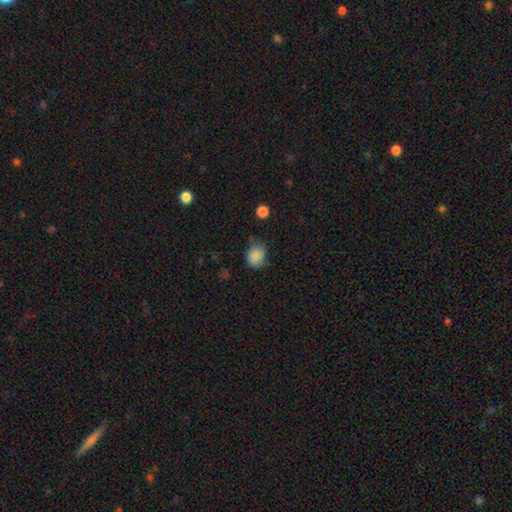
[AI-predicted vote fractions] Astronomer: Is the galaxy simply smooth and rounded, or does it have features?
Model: smooth — 85%.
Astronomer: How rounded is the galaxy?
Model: round — 51% (runner-up: in between, 48%).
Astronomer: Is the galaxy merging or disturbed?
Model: none — 59%.